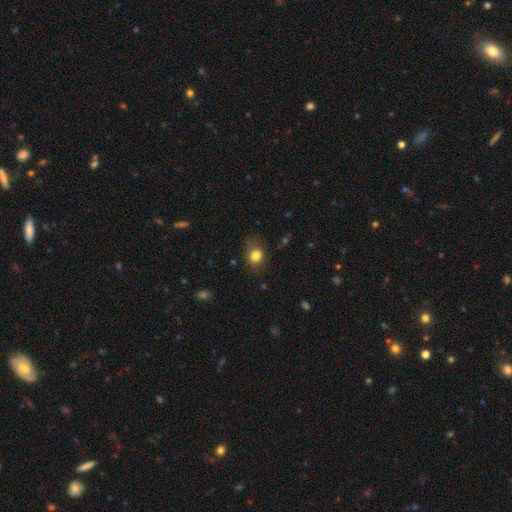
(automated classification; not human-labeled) Smooth or featured? smooth (81%)
How rounded? round (58%)
Merging? none (72%)